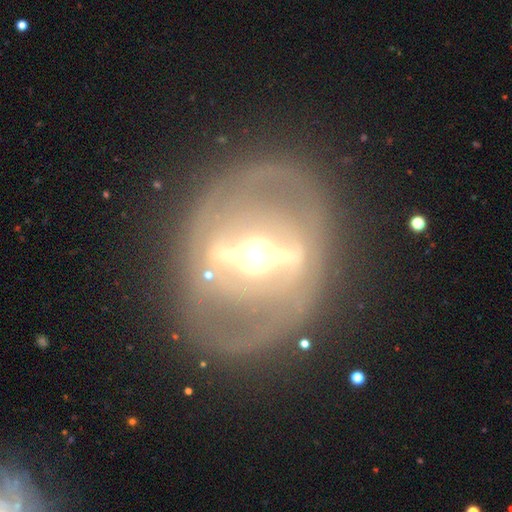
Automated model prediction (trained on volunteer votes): Overall: featured or disk (84%). Edge-on disk: no (76%). Bar: strong (83%). Spiral arms: no (61%; yes 39%). Bulge size: moderate (64%). Merging: none (78%).